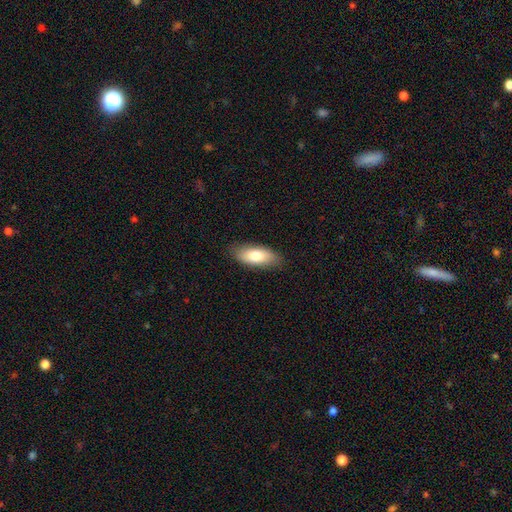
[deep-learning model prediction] This appears to be a smooth galaxy with no disk features (78%) that is in between round and cigar-shaped (81%). Merging: none (85%).